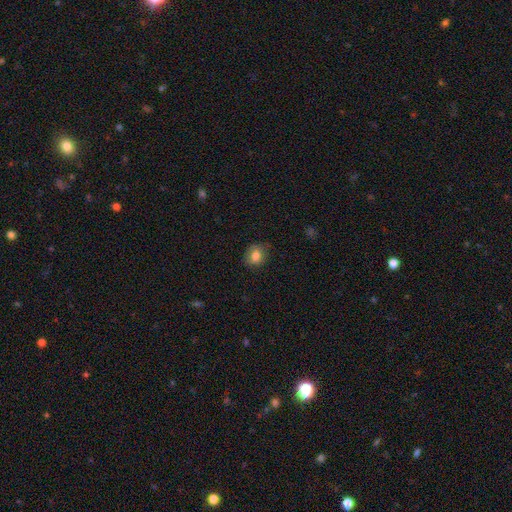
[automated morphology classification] Q: Smooth or featured?
A: smooth (79%); runner-up: featured or disk (12%)
Q: How rounded?
A: round (50%); runner-up: in between (49%)
Q: Merging?
A: none (76%); runner-up: minor disturbance (19%)